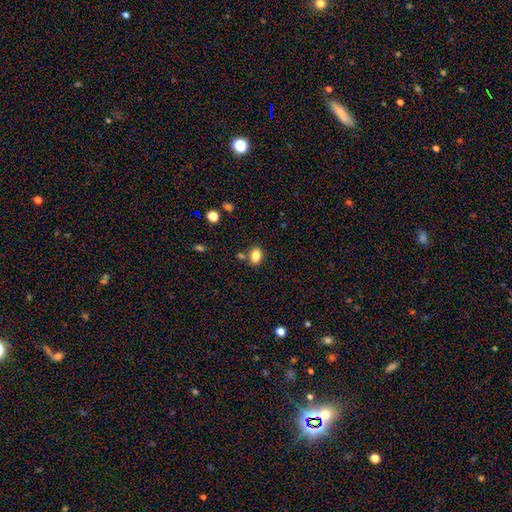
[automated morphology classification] smooth 84%, star or artifact 10%, featured or disk 6%. Down the decision tree: how rounded — in between (75%); merging — none (76%).